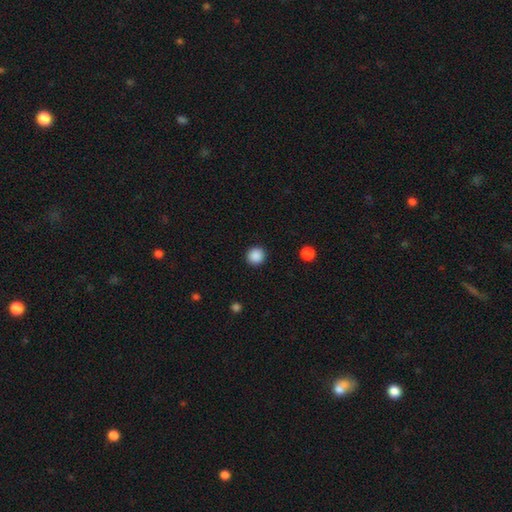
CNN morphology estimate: A smooth galaxy with no disk features (89%) that is round (95%).

Vote fractions:
- Smooth or featured? smooth: 89% / star or artifact: 9% / featured or disk: 2%
- How rounded? round: 95% / in between: 4% / cigar-shaped: 1%
- Merging? none: 93% / minor disturbance: 4% / major disturbance: 2% / merger: 1%